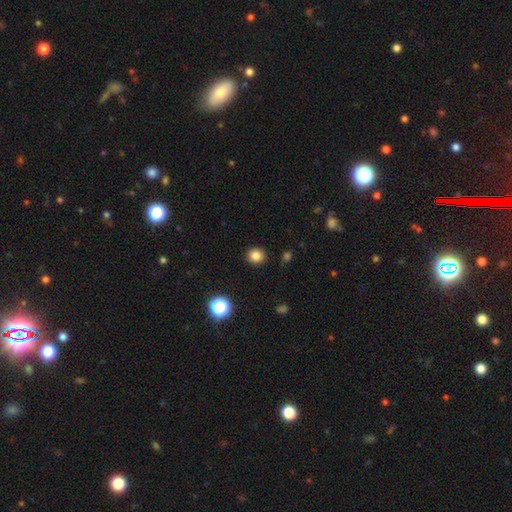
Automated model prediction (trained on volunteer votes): Smooth or featured: smooth — 84% (star or artifact — 12%)
How rounded: round — 84% (in between — 15%)
Merging: none — 90% (minor disturbance — 6%)